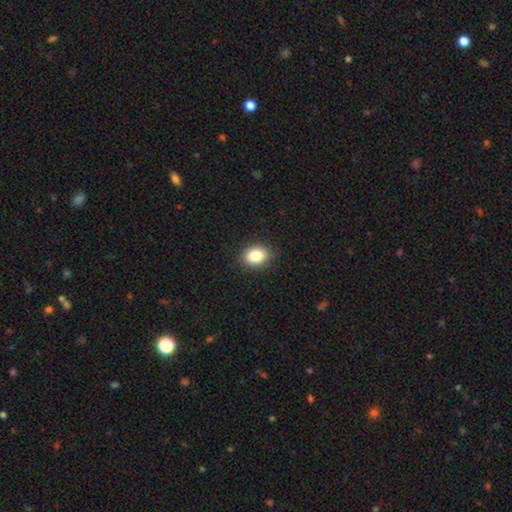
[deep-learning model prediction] smooth_or_featured: smooth (p=0.85) [alt: star or artifact p=0.09]
how_rounded: in between (p=0.66) [alt: round p=0.33]
merging: none (p=0.90) [alt: minor disturbance p=0.08]